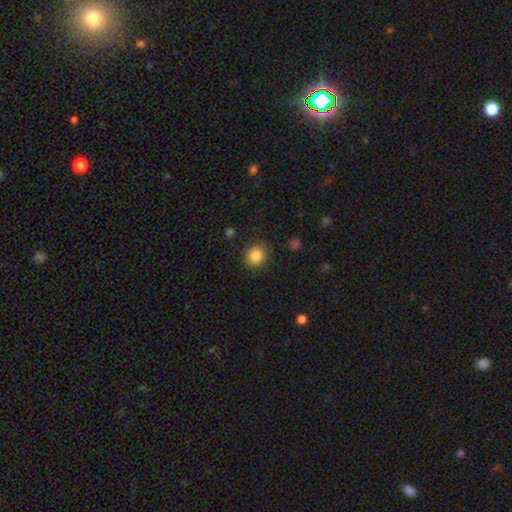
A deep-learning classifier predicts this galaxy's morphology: A smooth galaxy with no disk features (86%) that is round (81%).

Vote fractions:
- Smooth or featured? smooth: 86% / star or artifact: 10% / featured or disk: 4%
- How rounded? round: 81% / in between: 18% / cigar-shaped: 1%
- Merging? none: 88% / minor disturbance: 8% / major disturbance: 3% / merger: 1%